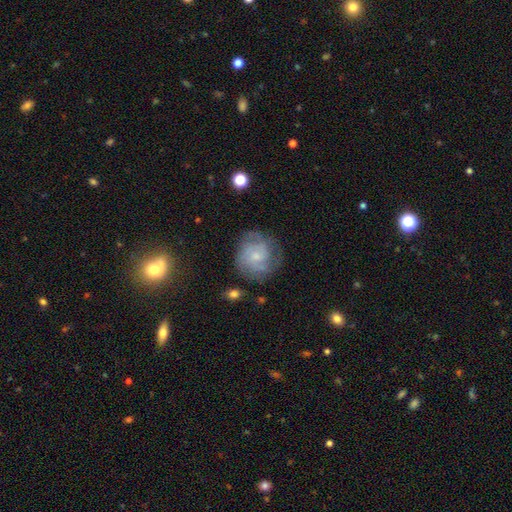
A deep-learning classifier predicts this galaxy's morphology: type=featured or disk (60%); edge-on=no (98%); bar=no (70%); spiral arms=yes (84%); bulge=small (64%); merging=none (68%).